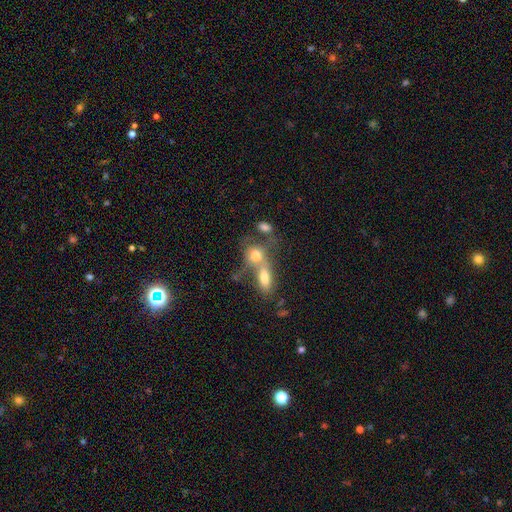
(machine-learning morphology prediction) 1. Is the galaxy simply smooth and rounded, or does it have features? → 69% smooth, 21% featured or disk, 10% star or artifact.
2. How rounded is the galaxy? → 54% in between, 42% round, 4% cigar-shaped.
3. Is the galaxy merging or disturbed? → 63% merger, 22% none, 8% minor disturbance, 7% major disturbance.